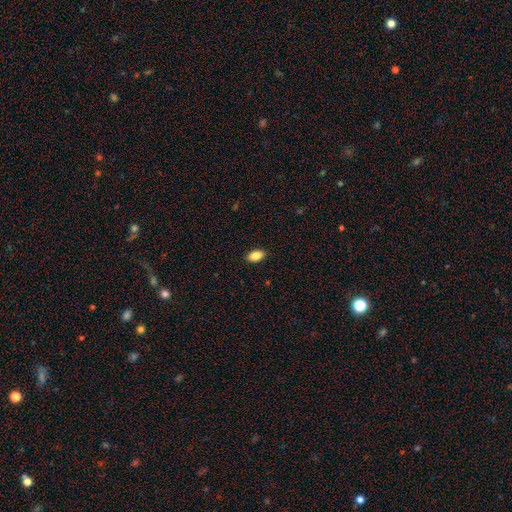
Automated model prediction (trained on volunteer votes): Smooth or featured? smooth (86%)
How rounded? in between (92%)
Merging? none (89%)